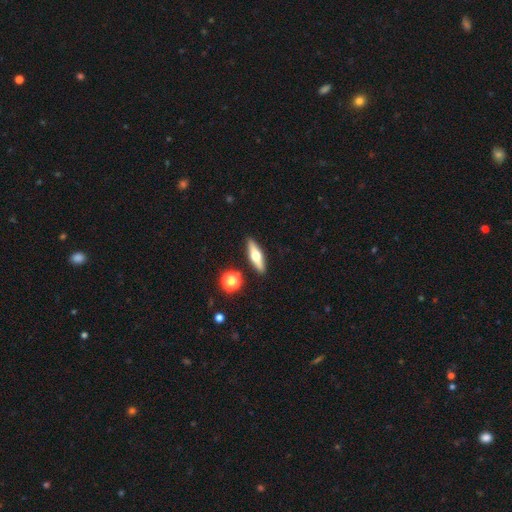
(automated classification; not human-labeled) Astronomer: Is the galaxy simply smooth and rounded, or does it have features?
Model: featured or disk — 51% (runner-up: smooth, 42%).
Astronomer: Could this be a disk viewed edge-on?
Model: yes — 90%.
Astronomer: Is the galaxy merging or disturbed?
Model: none — 88%.